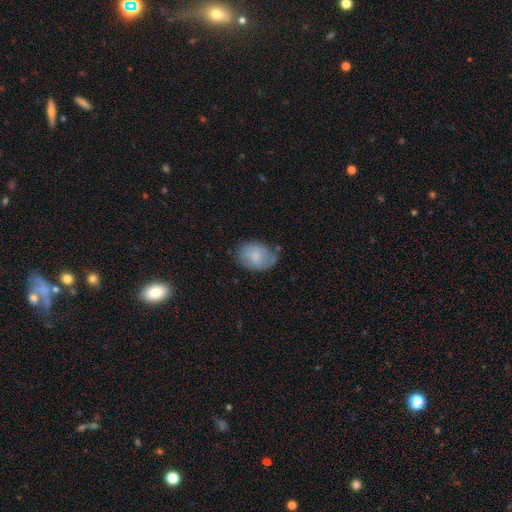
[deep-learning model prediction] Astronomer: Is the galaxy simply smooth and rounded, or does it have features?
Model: smooth — 76%.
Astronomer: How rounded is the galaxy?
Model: in between — 75%.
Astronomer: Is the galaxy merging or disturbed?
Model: none — 60%.